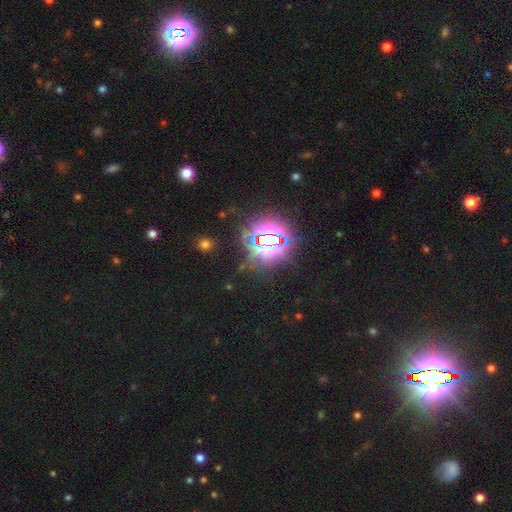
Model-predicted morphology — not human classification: Q: Smooth or featured?
A: star or artifact (83%); runner-up: smooth (10%)